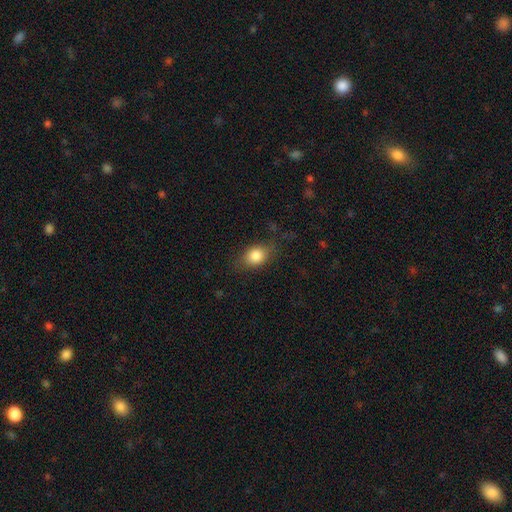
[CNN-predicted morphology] Overall: smooth (83%). How rounded: in between (67%; round 31%). Merging: none (71%).